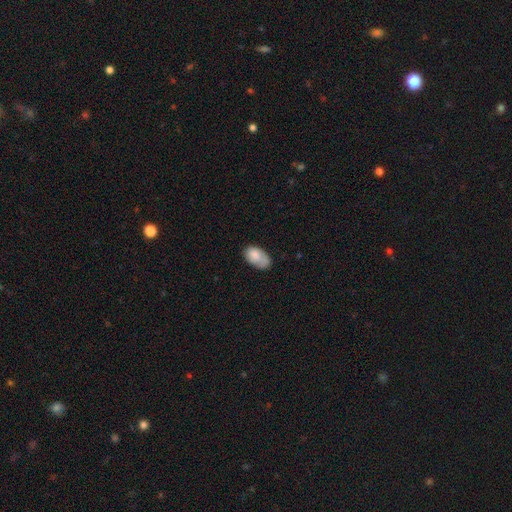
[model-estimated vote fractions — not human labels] This appears to be a smooth galaxy with no disk features (77%) that is in between round and cigar-shaped (93%). Merging: none (53%).